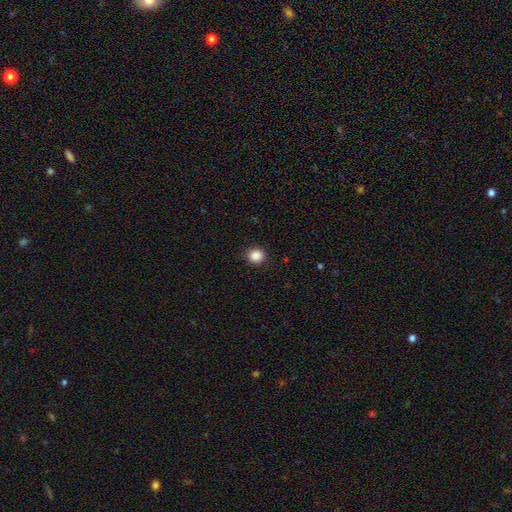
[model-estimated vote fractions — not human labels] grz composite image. It shows a smooth galaxy with no disk features (88%) that is round (80%). Merging: none (90%).